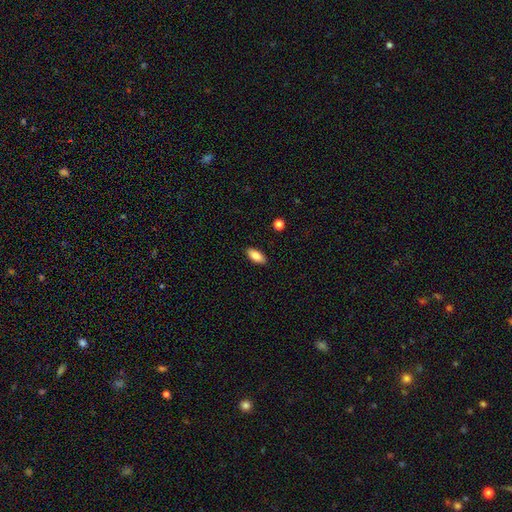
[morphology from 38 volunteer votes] Smooth or featured?
  - smooth: 92% *
  - star or artifact: 5%
  - featured or disk: 3%
How rounded?
  - in between: 80% *
  - cigar-shaped: 20%
  - round: 0%
Merging?
  - none: 100% *
  - minor disturbance: 0%
  - major disturbance: 0%
  - merger: 0%